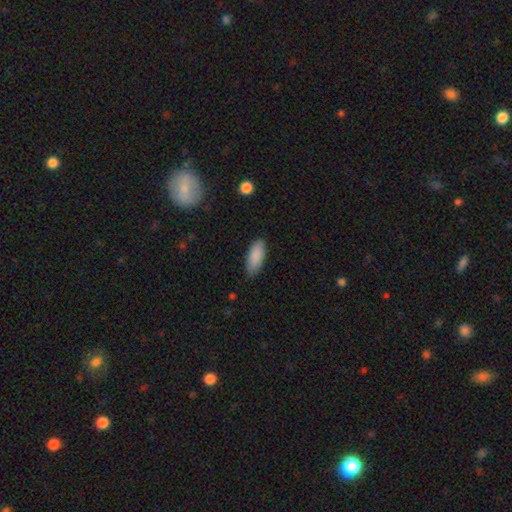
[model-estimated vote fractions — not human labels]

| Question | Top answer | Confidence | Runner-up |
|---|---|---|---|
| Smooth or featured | smooth | 89% | star or artifact (6%) |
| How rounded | in between | 82% | cigar-shaped (17%) |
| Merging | none | 82% | minor disturbance (14%) |